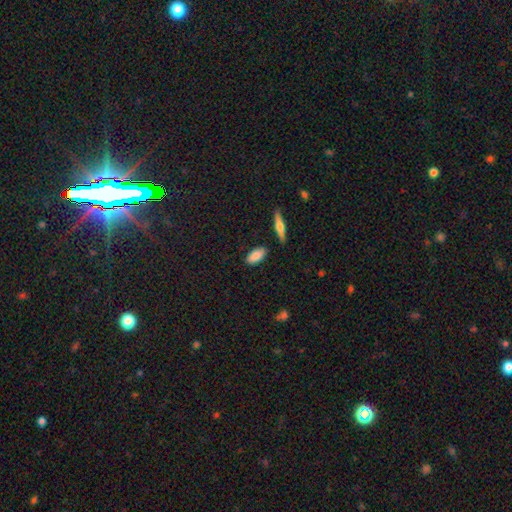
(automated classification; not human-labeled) A smooth galaxy with no disk features (84%) that is in between round and cigar-shaped (87%). Merging: none (85%).